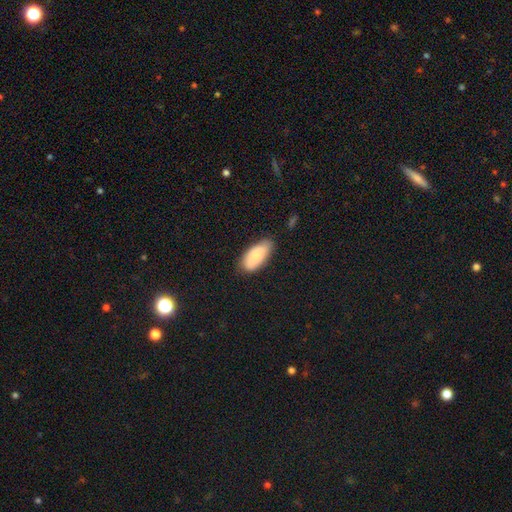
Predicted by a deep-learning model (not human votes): Smooth or featured?
  - smooth: 80% *
  - featured or disk: 13%
  - star or artifact: 6%
How rounded?
  - in between: 90% *
  - cigar-shaped: 8%
  - round: 2%
Merging?
  - none: 73% *
  - minor disturbance: 22%
  - major disturbance: 4%
  - merger: 2%